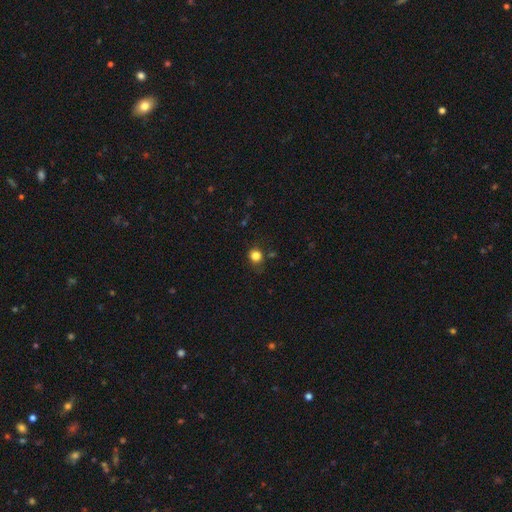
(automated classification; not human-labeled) smooth 82%, star or artifact 13%, featured or disk 5%. Down the decision tree: how rounded — round (84%); merging — none (78%).